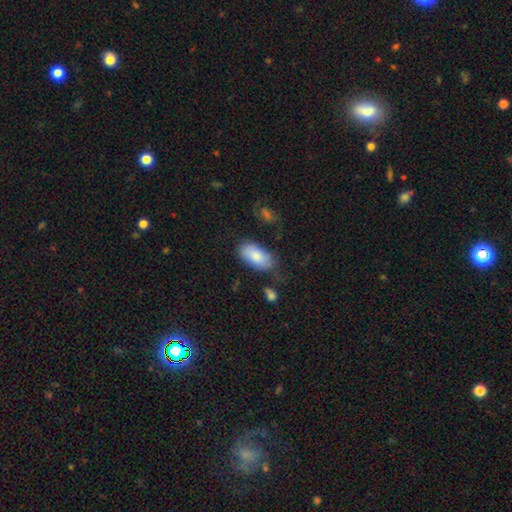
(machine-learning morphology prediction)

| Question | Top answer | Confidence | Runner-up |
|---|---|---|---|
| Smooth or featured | smooth | 82% | featured or disk (12%) |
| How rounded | in between | 94% | cigar-shaped (3%) |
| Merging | none | 68% | minor disturbance (22%) |